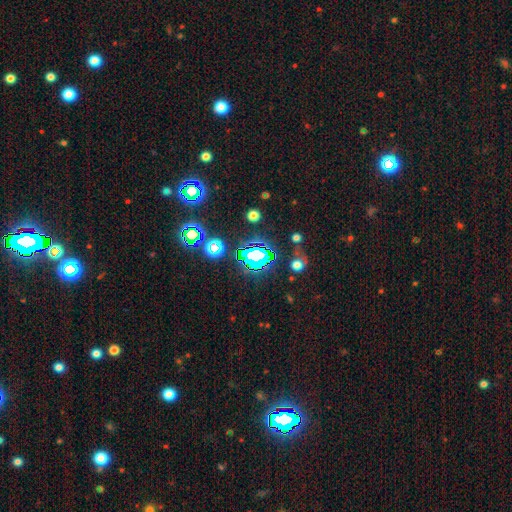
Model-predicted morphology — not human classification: star or artifact 63%, smooth 24%, featured or disk 13%.